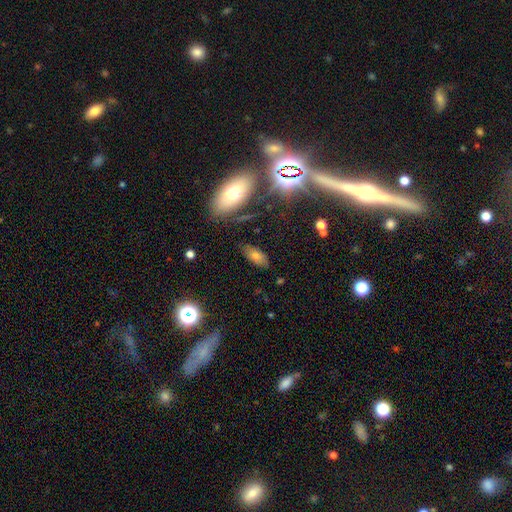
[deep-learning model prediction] Smooth or featured? smooth (66%)
How rounded? in between (86%)
Merging? none (81%)